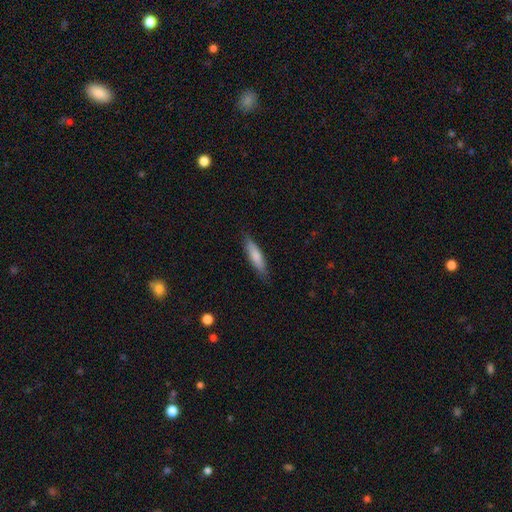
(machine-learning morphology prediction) Overall: smooth (78%). How rounded: cigar-shaped (73%). Merging: none (84%).